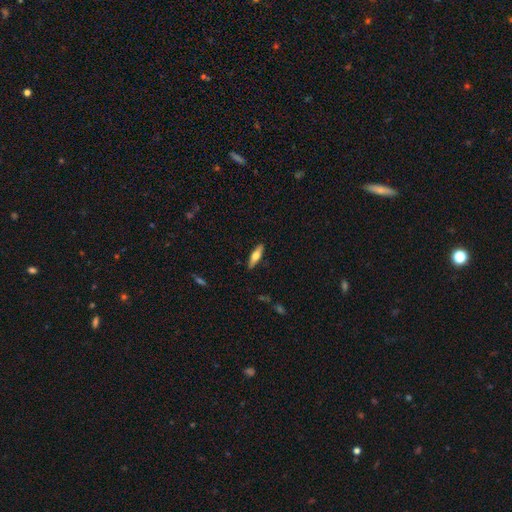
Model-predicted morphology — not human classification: A smooth galaxy with no disk features (53%) that is cigar-shaped (59%). Merging: none (88%).